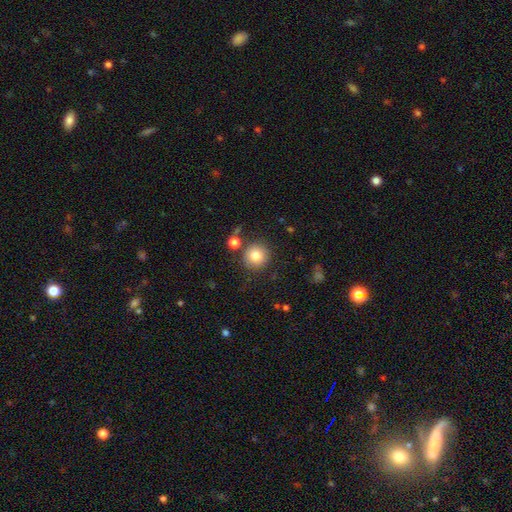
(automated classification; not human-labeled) Morphology: type=smooth (81%); roundness=round (93%); merging=none (83%).